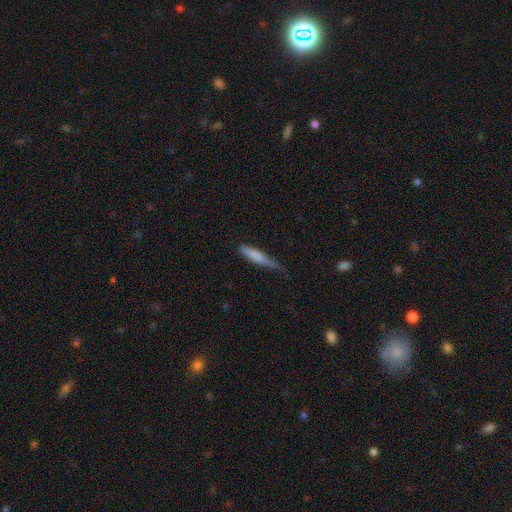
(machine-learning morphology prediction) This appears to be a smooth galaxy with no disk features (75%) that is cigar-shaped (84%). Merging: minor disturbance (43%).